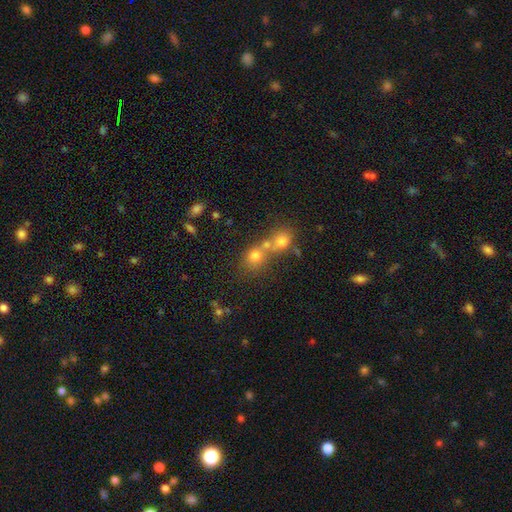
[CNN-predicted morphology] Overall: smooth (68%). How rounded: round (77%). Merging: merger (54%; none 36%).